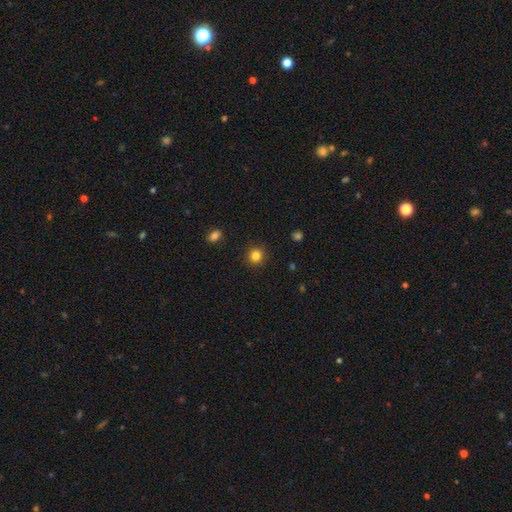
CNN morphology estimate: This is clearly a smooth galaxy (83%). How rounded: clearly round (93%). Merging: clearly none (91%).